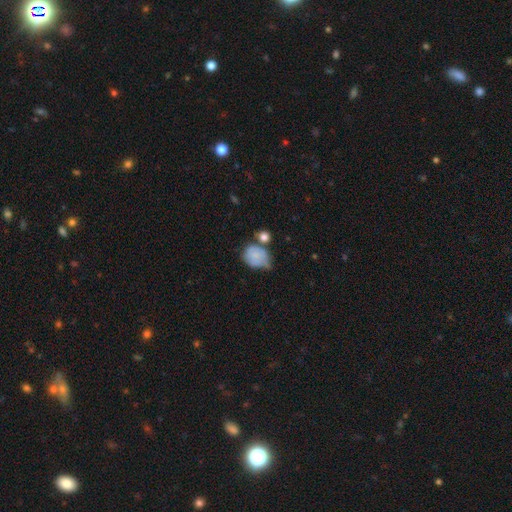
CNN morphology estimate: A smooth galaxy with no disk features (77%) that is round (53%). Merging: minor disturbance (35%).